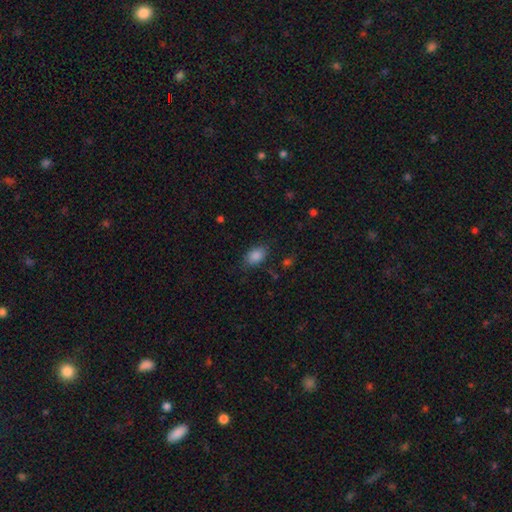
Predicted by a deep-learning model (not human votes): A smooth galaxy with no disk features (86%) that is in between round and cigar-shaped (85%).

Vote fractions:
- Smooth or featured? smooth: 86% / star or artifact: 8% / featured or disk: 5%
- How rounded? in between: 85% / round: 14% / cigar-shaped: 1%
- Merging? none: 78% / minor disturbance: 15% / major disturbance: 5% / merger: 1%